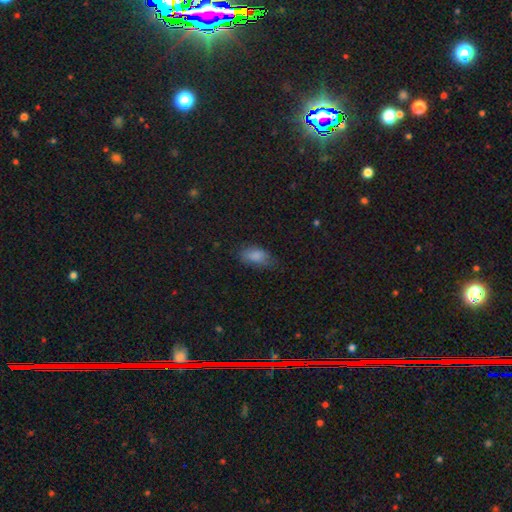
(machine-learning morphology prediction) smooth-or-featured: smooth: 83% | star or artifact: 9% | featured or disk: 8%
  how-rounded: in between: 90% | cigar-shaped: 6% | round: 4%
  merging: none: 61% | minor disturbance: 29% | major disturbance: 9% | merger: 2%